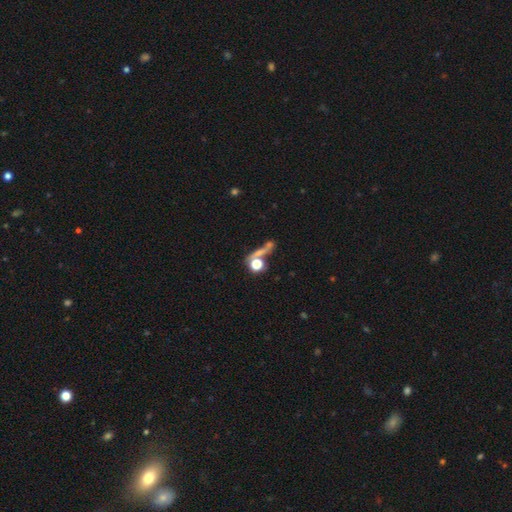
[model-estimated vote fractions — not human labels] Morphology: type=smooth (47%); merging=none (53%).